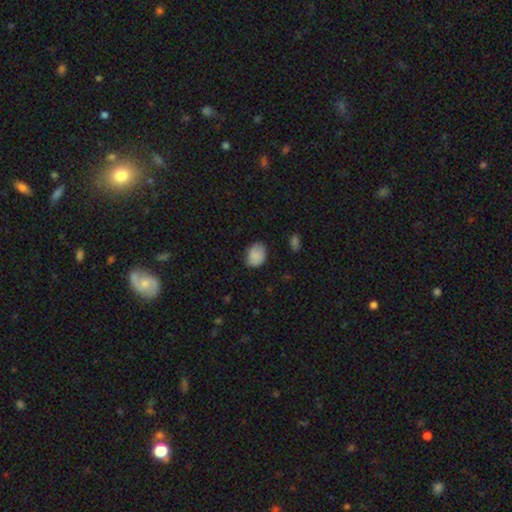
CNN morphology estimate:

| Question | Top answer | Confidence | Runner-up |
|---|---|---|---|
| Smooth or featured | smooth | 83% | featured or disk (9%) |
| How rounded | in between | 59% | round (40%) |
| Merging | none | 80% | minor disturbance (16%) |